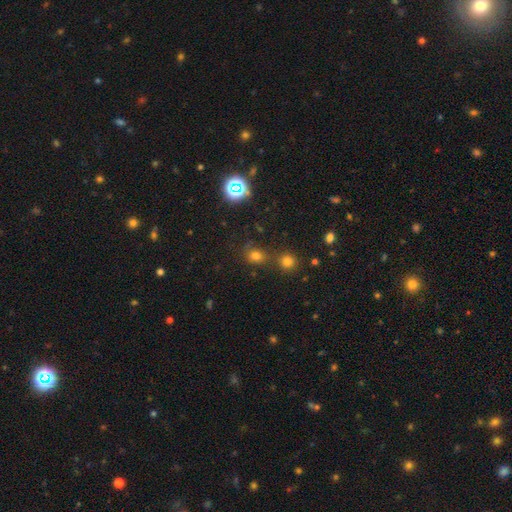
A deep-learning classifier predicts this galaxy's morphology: This appears to be a smooth galaxy with no disk features (66%) that is round (70%). Merging: none (65%).